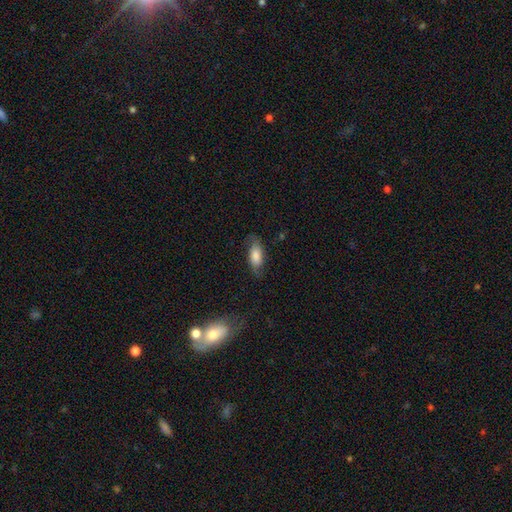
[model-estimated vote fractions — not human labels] The model was most divided on "smooth or featured": smooth: 66%, featured or disk: 26%, star or artifact: 7%. More confident: how rounded — in between (83%); merging — none (66%).